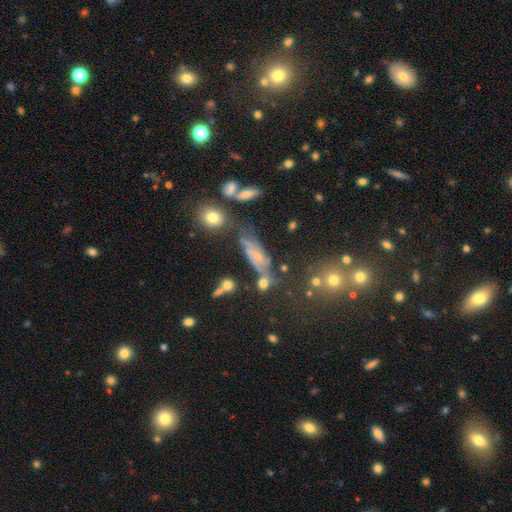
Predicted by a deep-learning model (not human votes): A smooth galaxy with no disk features (43%). Merging: none (63%).